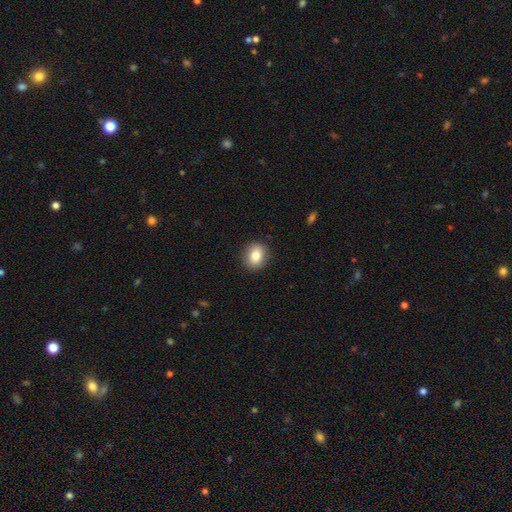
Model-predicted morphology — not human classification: A smooth galaxy with no disk features (81%) that is round (63%). Merging: none (90%).